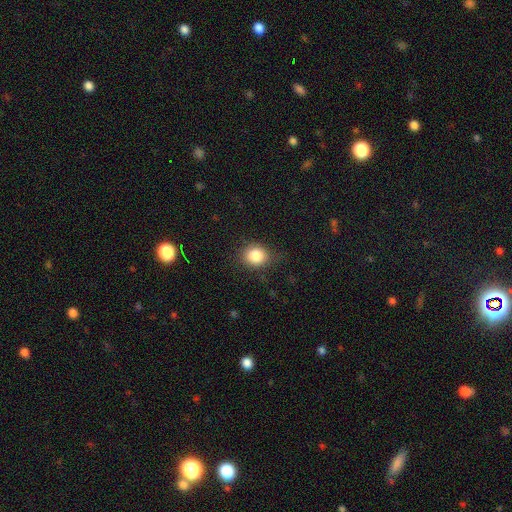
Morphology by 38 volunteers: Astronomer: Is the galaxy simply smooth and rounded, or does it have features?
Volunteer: smooth — 82%.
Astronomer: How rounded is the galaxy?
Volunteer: round — 81%.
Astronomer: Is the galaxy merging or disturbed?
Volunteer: none — 71%.